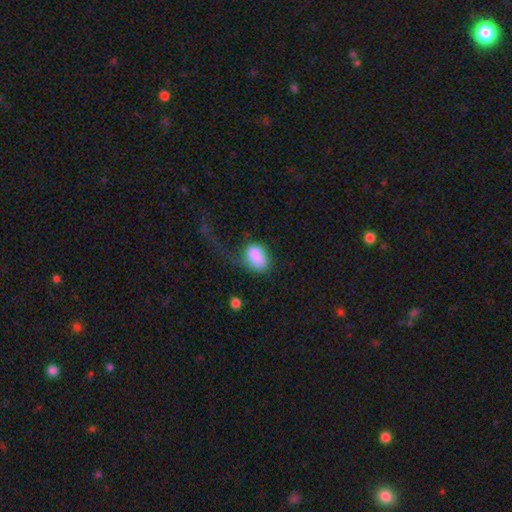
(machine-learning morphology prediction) A smooth galaxy with no disk features (82%) that is in between round and cigar-shaped (85%). Merging: major disturbance (50%).